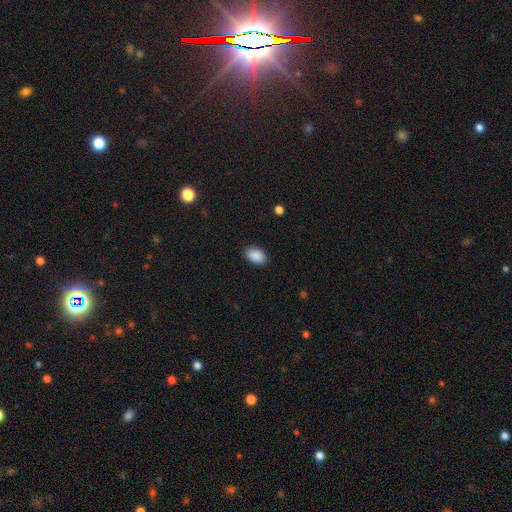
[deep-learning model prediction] smooth-or-featured: smooth: 90% | star or artifact: 7% | featured or disk: 3%
  how-rounded: in between: 90% | round: 8% | cigar-shaped: 1%
  merging: none: 87% | minor disturbance: 10% | major disturbance: 2% | merger: 1%